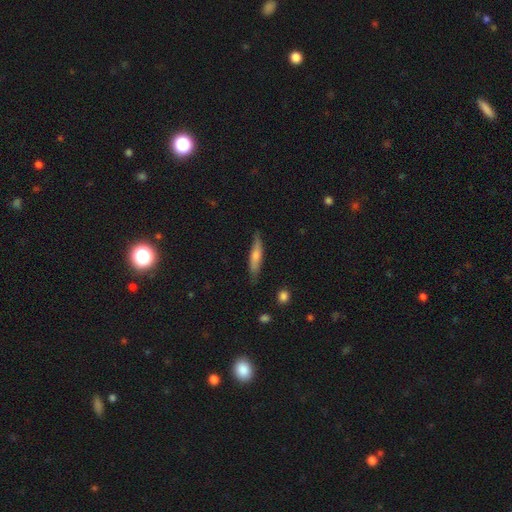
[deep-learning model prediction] A smooth galaxy with no disk features (61%) that is cigar-shaped (81%). Merging: none (76%).